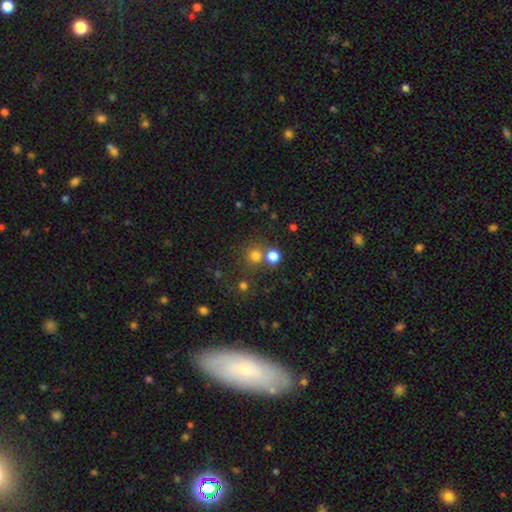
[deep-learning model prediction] A smooth galaxy with no disk features (75%) that is round (91%).

Vote fractions:
- Smooth or featured? smooth: 75% / star or artifact: 18% / featured or disk: 7%
- How rounded? round: 91% / in between: 8% / cigar-shaped: 1%
- Merging? none: 68% / merger: 22% / minor disturbance: 7% / major disturbance: 3%